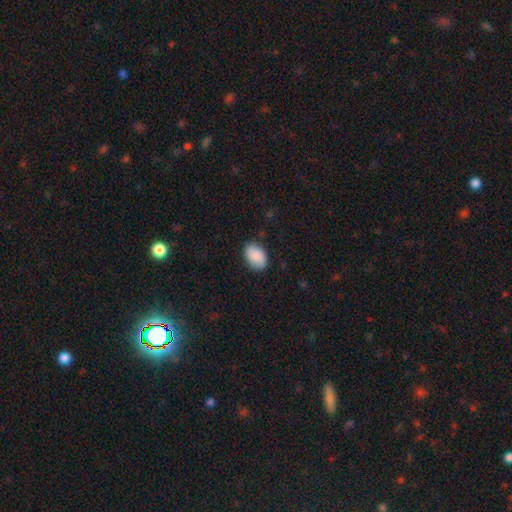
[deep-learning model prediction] Overall: smooth (88%). How rounded: in between (86%). Merging: none (82%).